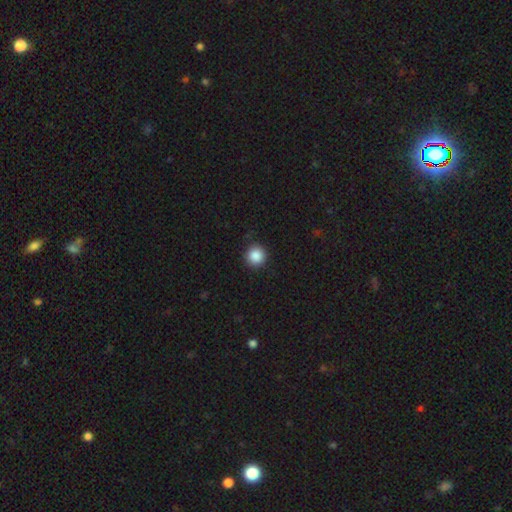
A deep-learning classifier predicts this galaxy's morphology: A smooth galaxy with no disk features (87%) that is round (95%).

Vote fractions:
- Smooth or featured? smooth: 87% / star or artifact: 10% / featured or disk: 3%
- How rounded? round: 95% / in between: 4% / cigar-shaped: 1%
- Merging? none: 91% / minor disturbance: 6% / major disturbance: 2% / merger: 1%